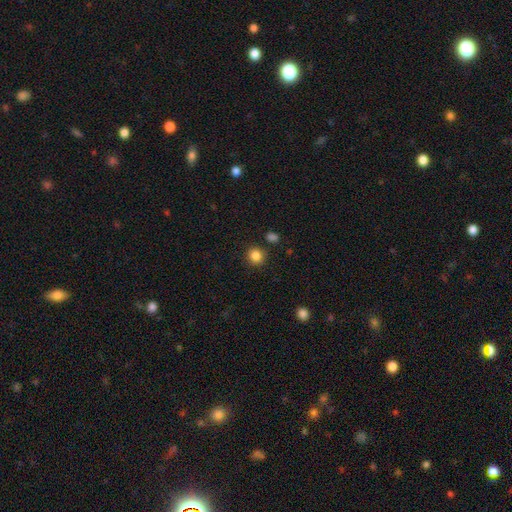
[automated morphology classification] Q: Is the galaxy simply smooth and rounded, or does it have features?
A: smooth — 85%.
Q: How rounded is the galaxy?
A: round — 88%.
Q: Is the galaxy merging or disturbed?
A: none — 86%.